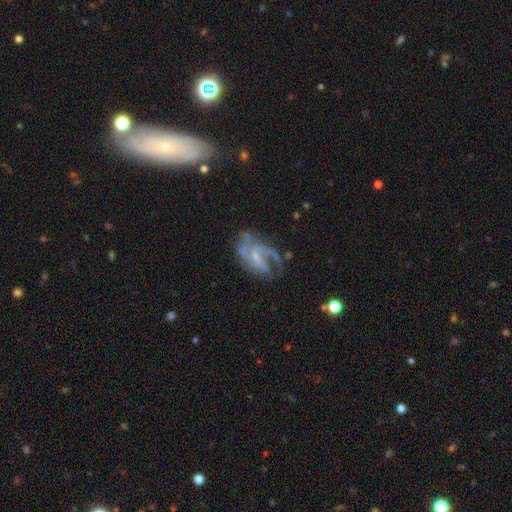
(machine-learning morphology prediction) Smooth or featured? featured or disk (81%)
Edge-on disk? no (97%)
Bar? weak (45%)
Spiral arms? yes (89%)
Spiral winding? medium (46%)
Spiral arm count? 2 (36%)
Bulge size? small (54%)
Merging? none (46%)